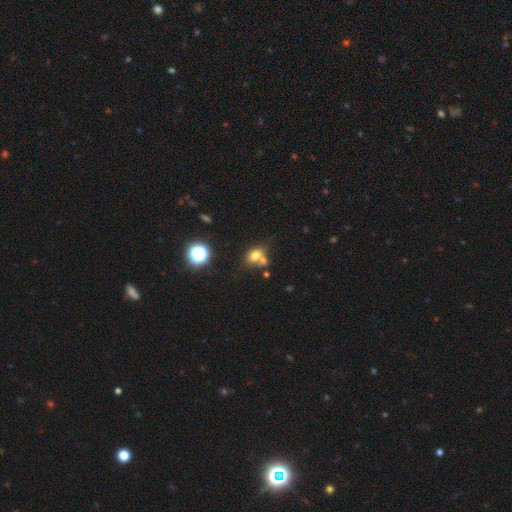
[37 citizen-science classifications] Smooth or featured? 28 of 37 (76%) said smooth. How rounded? 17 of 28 (61%) said in between. Merging? 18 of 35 (51%) said none.